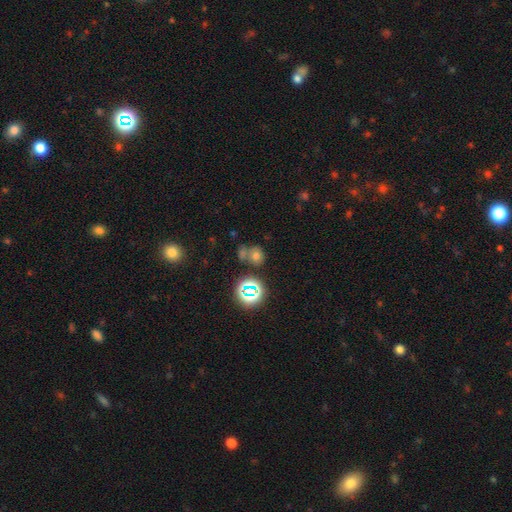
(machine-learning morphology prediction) This appears to be a smooth galaxy with no disk features (59%) that is round (70%). Merging: none (50%).